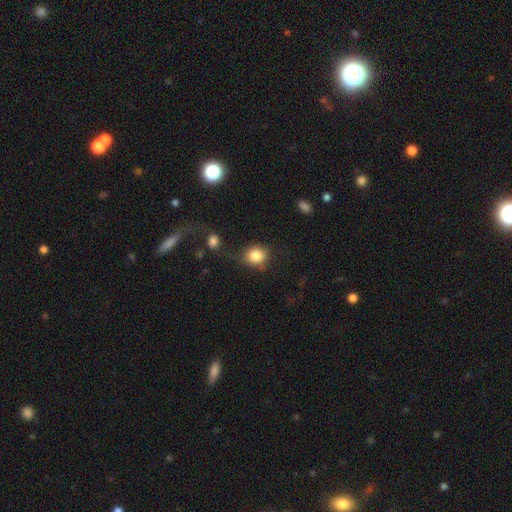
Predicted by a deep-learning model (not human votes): This appears to be a smooth galaxy with no disk features (83%) that is round (75%). Merging: none (66%).